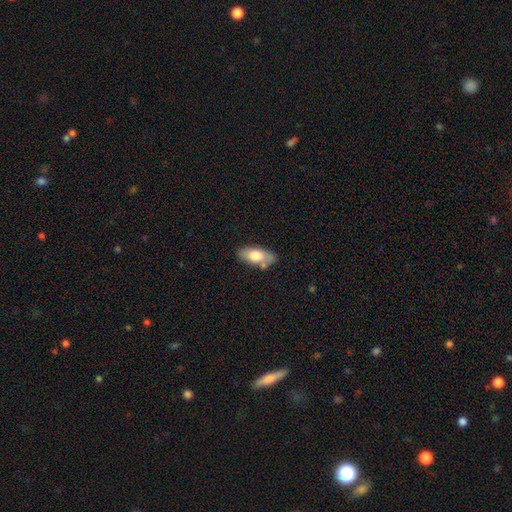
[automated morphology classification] Q: Smooth or featured?
A: smooth (71%); runner-up: featured or disk (23%)
Q: How rounded?
A: in between (86%); runner-up: cigar-shaped (10%)
Q: Merging?
A: none (72%); runner-up: minor disturbance (17%)